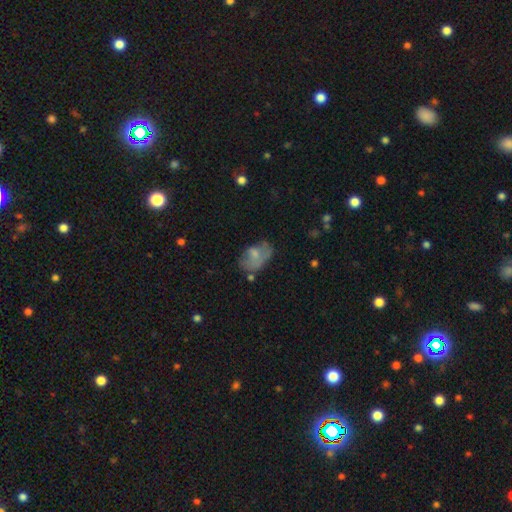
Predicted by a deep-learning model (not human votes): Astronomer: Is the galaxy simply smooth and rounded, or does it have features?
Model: smooth — 61%.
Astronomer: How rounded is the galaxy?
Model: in between — 86%.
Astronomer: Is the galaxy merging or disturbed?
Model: none — 39% (runner-up: minor disturbance, 31%).